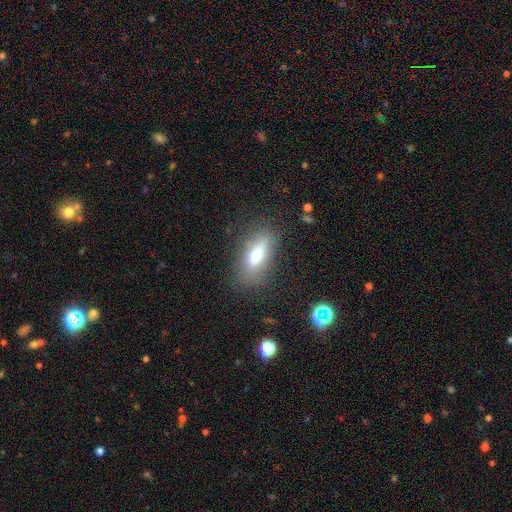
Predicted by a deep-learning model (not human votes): Overall: smooth (65%; featured or disk 25%). How rounded: in between (65%; cigar-shaped 32%). Merging: none (79%).